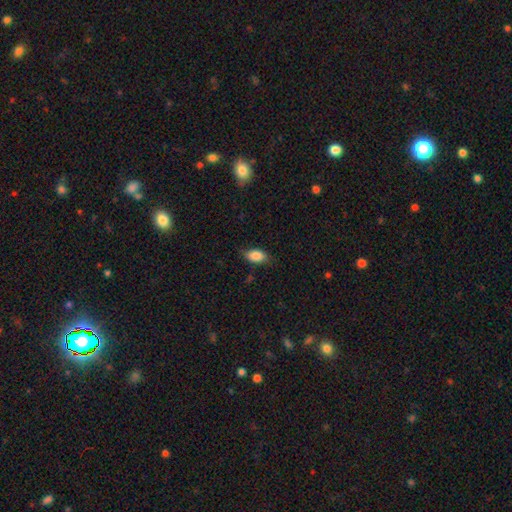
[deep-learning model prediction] Overall: smooth (85%). How rounded: in between (90%). Merging: none (75%).